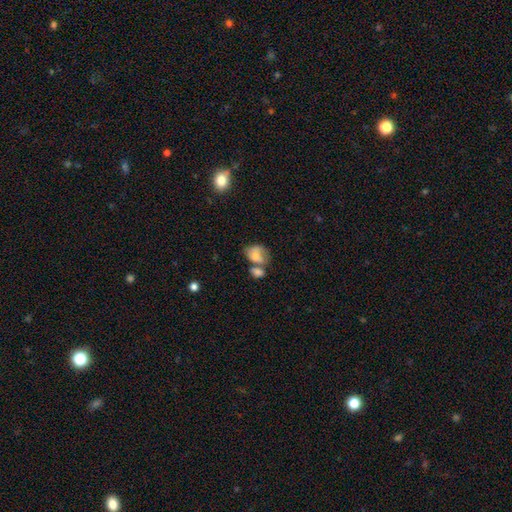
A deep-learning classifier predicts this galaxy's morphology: A smooth galaxy with no disk features (66%) that is in between round and cigar-shaped (61%). Merging: merger (45%).